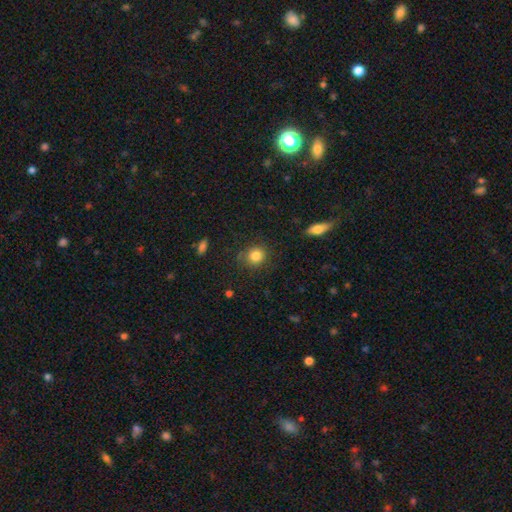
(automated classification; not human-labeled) This appears to be a smooth galaxy with no disk features (84%) that is round (85%). Merging: none (83%).